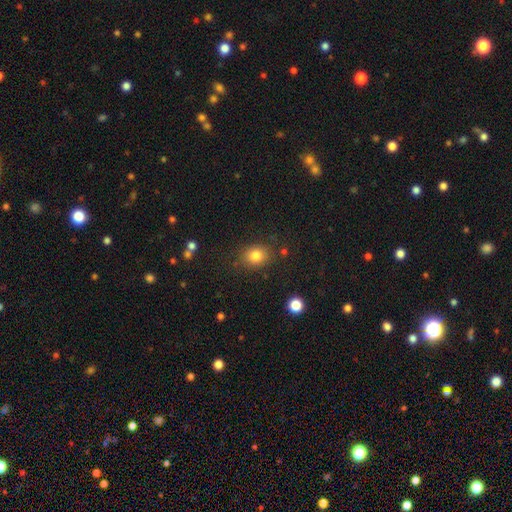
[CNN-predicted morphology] Smooth or featured? smooth (81%)
How rounded? round (54%)
Merging? none (82%)